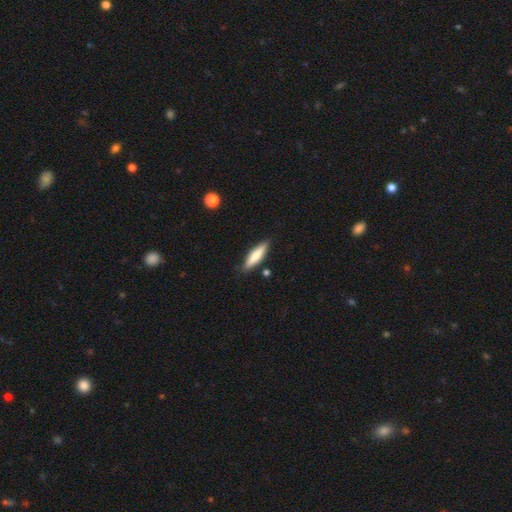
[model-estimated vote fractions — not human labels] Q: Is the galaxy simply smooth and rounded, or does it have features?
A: smooth — 75%.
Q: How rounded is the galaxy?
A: cigar-shaped — 69%.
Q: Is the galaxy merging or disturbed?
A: none — 85%.